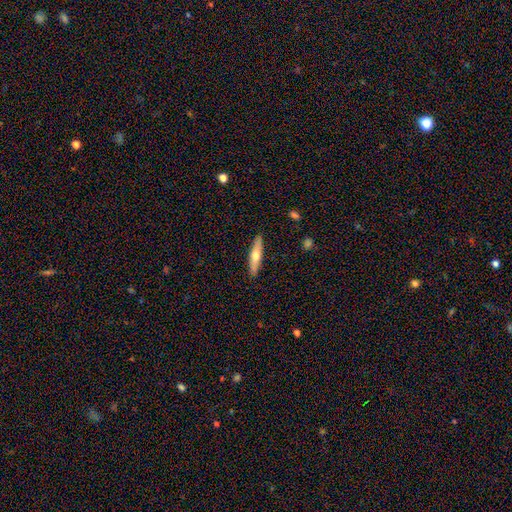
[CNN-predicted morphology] smooth_or_featured: smooth (p=0.52) [alt: featured or disk p=0.42]
how_rounded: cigar-shaped (p=0.81) [alt: in between p=0.17]
merging: none (p=0.90) [alt: minor disturbance p=0.08]